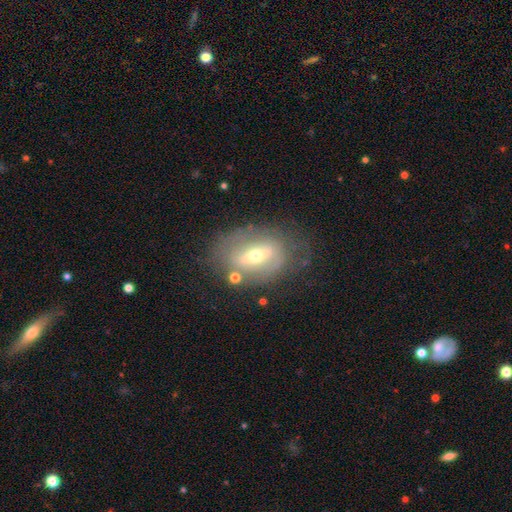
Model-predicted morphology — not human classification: A featured or disk galaxy (63%) with a weak bar (38%), no spiral arms (52%) and a moderate central bulge (56%). Merging: none (69%).